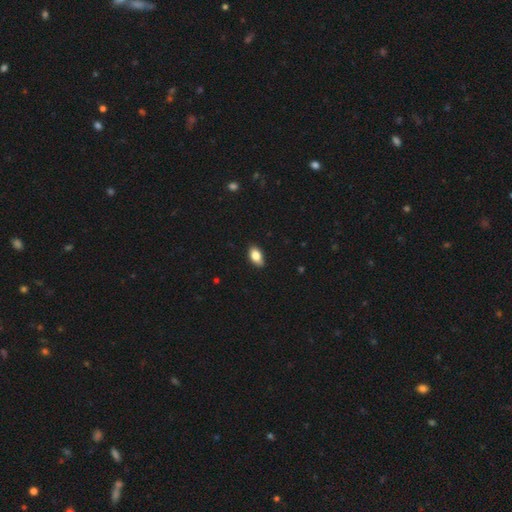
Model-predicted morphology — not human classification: Overall: smooth (81%). How rounded: in between (90%). Merging: none (84%).